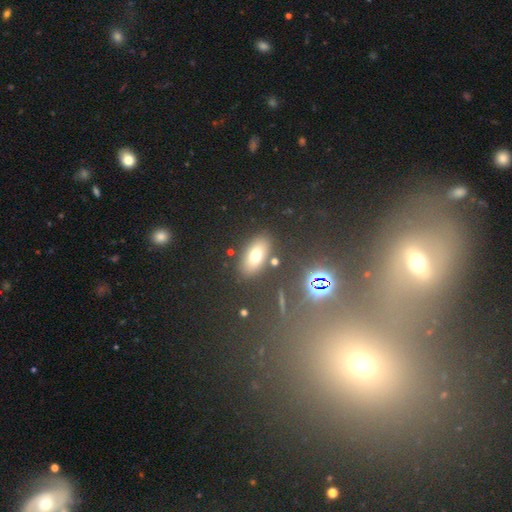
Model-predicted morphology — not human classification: This appears to be a smooth galaxy with no disk features (66%) that is in between round and cigar-shaped (85%). Merging: none (84%).